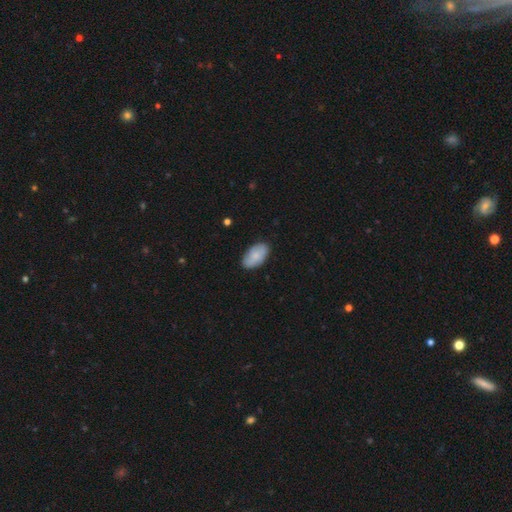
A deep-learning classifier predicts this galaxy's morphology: Smooth or featured? Predicted: smooth (p=0.77). How rounded? Predicted: in between (p=0.95). Merging? Predicted: none (p=0.81).